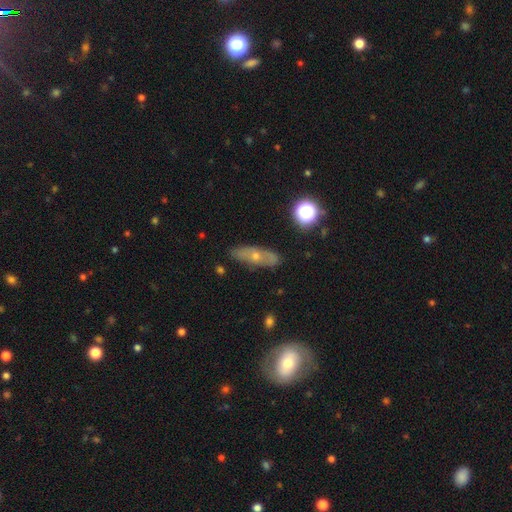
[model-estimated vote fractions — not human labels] This is possibly a featured or disk galaxy (51%). It is likely not viewed edge-on (62%). Merging: likely none (78%).